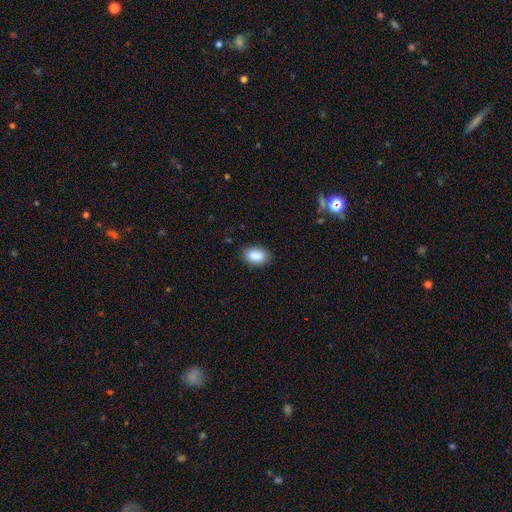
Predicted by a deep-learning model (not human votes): A smooth galaxy with no disk features (88%) that is in between round and cigar-shaped (89%). Merging: none (86%).